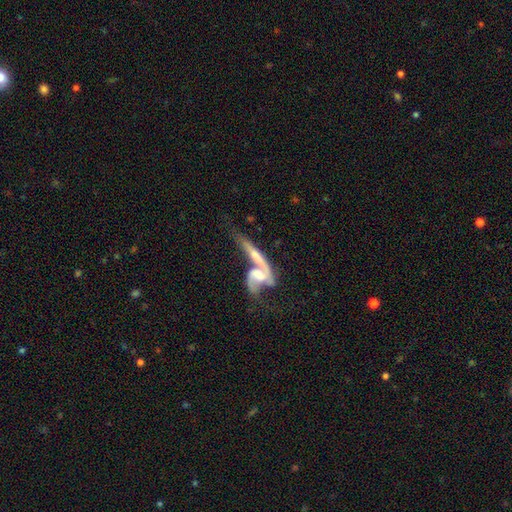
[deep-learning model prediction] Overall: featured or disk (73%). Edge-on disk: no (77%). Bar: no (46%; weak 37%). Spiral arms: yes (83%). Bulge size: moderate (41%; small 32%). Merging: merger (59%; none 20%).